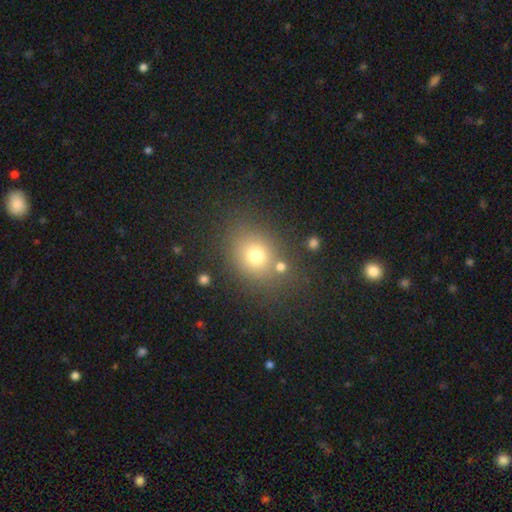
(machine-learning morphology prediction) Q: Smooth or featured?
A: smooth (72%); runner-up: star or artifact (16%)
Q: How rounded?
A: round (58%); runner-up: in between (41%)
Q: Merging?
A: none (73%); runner-up: minor disturbance (12%)